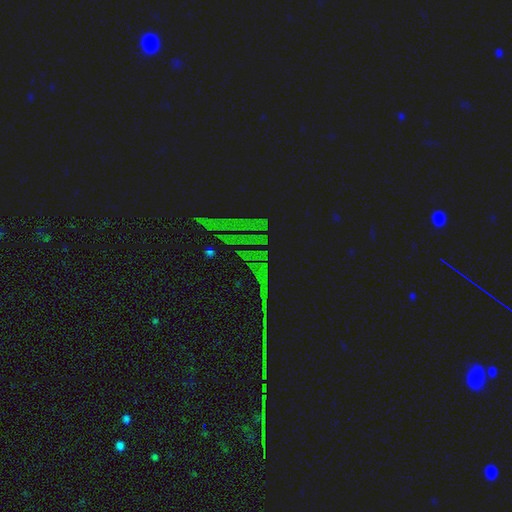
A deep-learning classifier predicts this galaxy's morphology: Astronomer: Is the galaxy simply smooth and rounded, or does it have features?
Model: star or artifact — 85%.